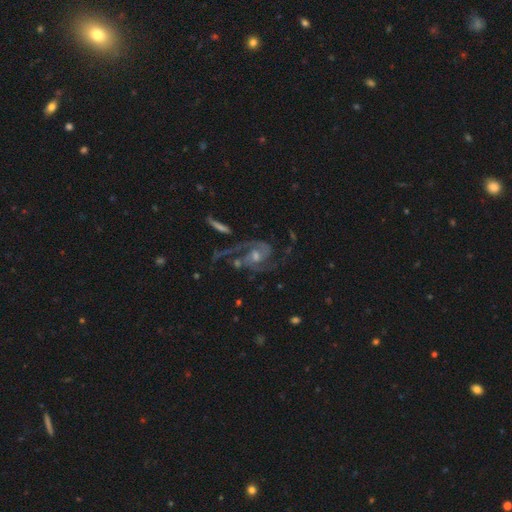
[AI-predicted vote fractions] This appears to be a featured or disk galaxy (89%) with no bar (53%), 2 (80%) medium (53%) spiral arms (97%) and a moderate central bulge (55%). Merging: none (48%).